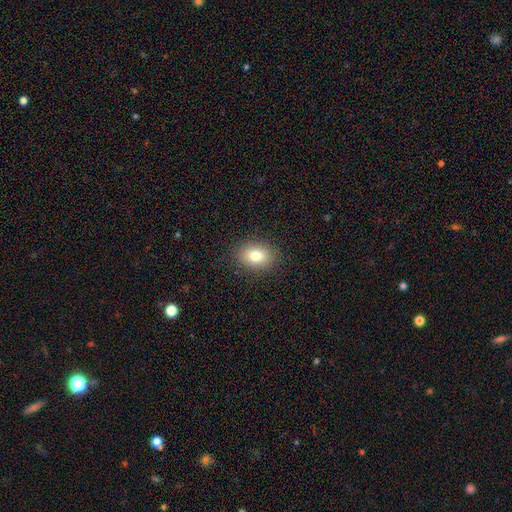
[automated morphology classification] Overall: smooth (79%). How rounded: in between (66%; round 33%). Merging: none (88%).